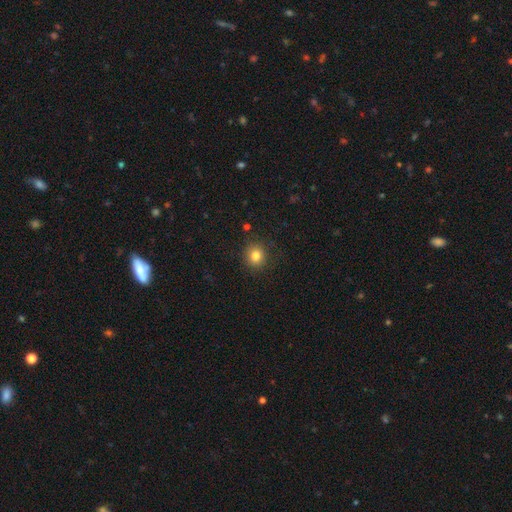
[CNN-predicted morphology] type=smooth (82%); roundness=round (85%); merging=none (88%).